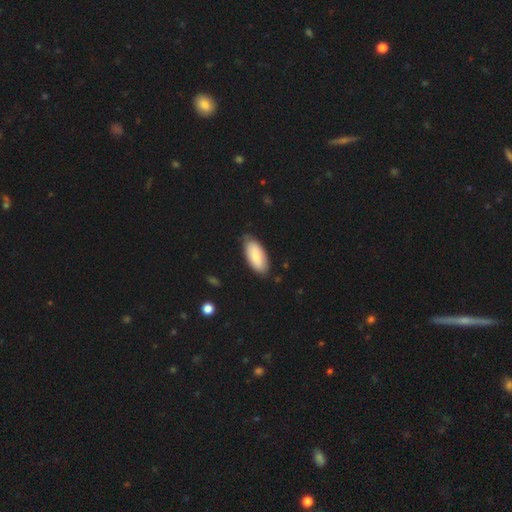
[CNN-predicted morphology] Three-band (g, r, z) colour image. It shows a smooth galaxy with no disk features (80%) that is in between round and cigar-shaped (90%). Merging: none (79%).